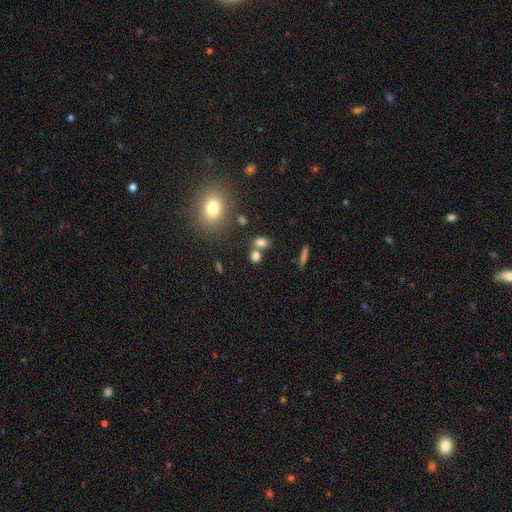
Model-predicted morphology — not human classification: type=smooth (75%); roundness=in between (54%); merging=none (51%).